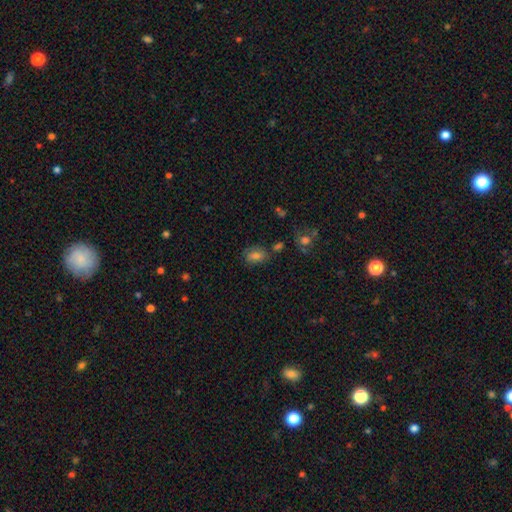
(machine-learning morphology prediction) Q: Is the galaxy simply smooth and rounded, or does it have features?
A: smooth — 72%.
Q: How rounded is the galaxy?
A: in between — 74%.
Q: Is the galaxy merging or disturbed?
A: none — 71%.